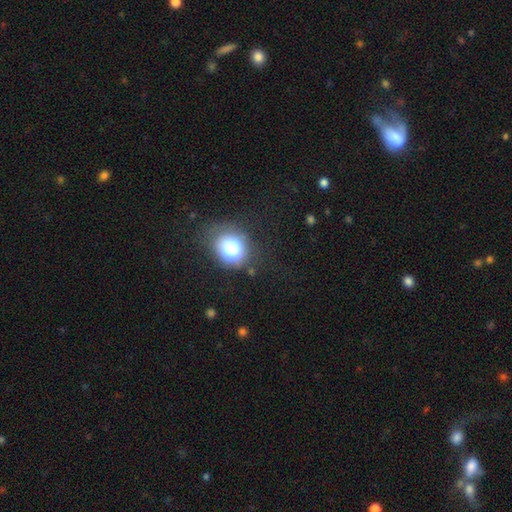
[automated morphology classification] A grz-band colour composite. It shows a smooth galaxy with no disk features (58%) that is round (76%). Merging: none (81%).